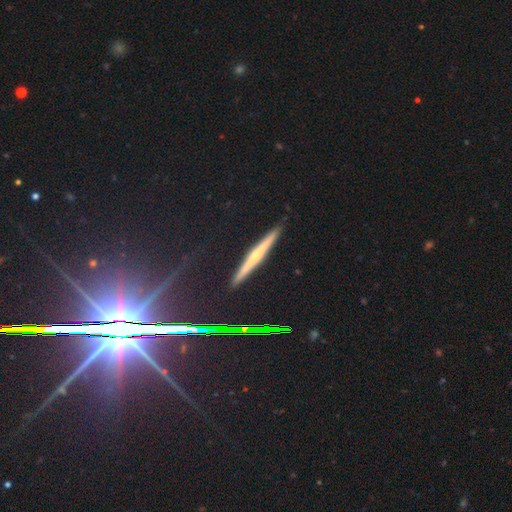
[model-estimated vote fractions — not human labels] Smooth or featured? featured or disk (61%)
Edge-on disk? yes (97%)
Edge-on bulge? rounded (51%)
Merging? none (91%)